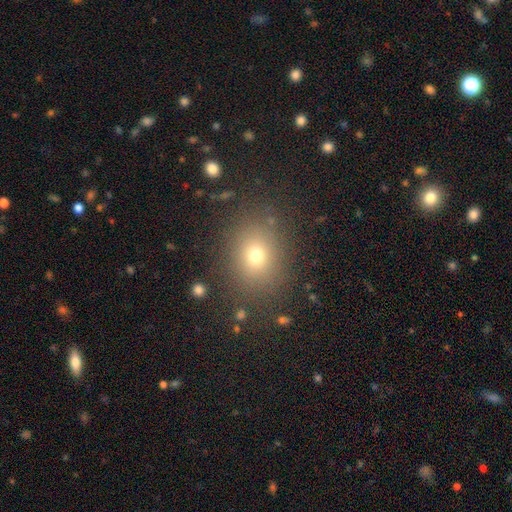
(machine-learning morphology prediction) smooth 70%, star or artifact 19%, featured or disk 12%. Down the decision tree: how rounded — round (55%); merging — none (84%).